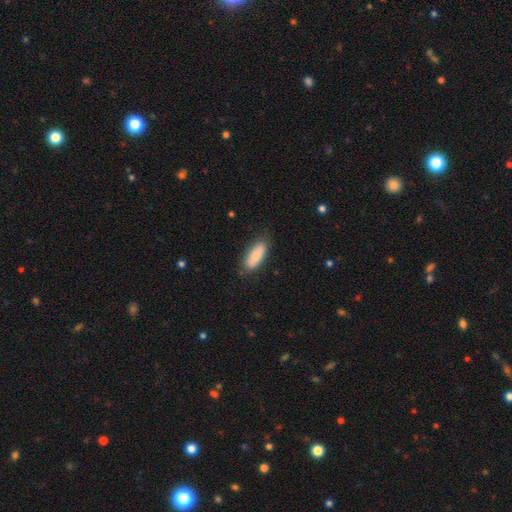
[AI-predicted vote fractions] Morphology: type=smooth (77%); roundness=in between (78%); merging=none (81%).